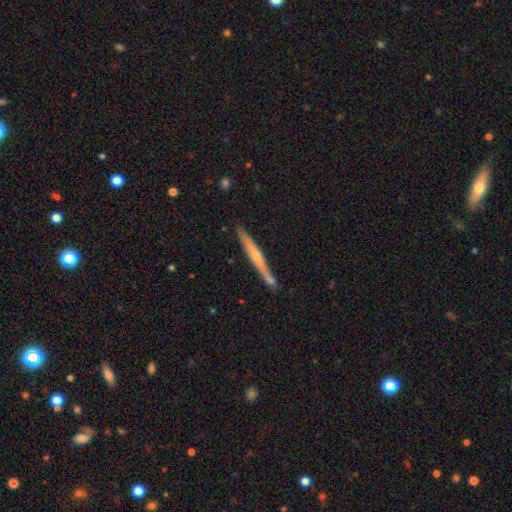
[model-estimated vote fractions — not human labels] Smooth or featured? Predicted: featured or disk (p=0.59). Edge-on disk? Predicted: yes (p=0.96). Edge-on bulge? Predicted: rounded (p=0.55). Merging? Predicted: none (p=0.81).